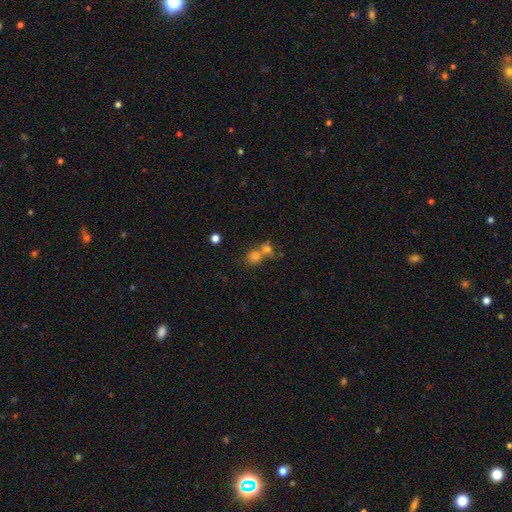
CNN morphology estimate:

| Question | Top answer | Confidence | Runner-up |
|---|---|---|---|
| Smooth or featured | smooth | 68% | star or artifact (18%) |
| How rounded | round | 77% | in between (22%) |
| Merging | merger | 55% | none (35%) |